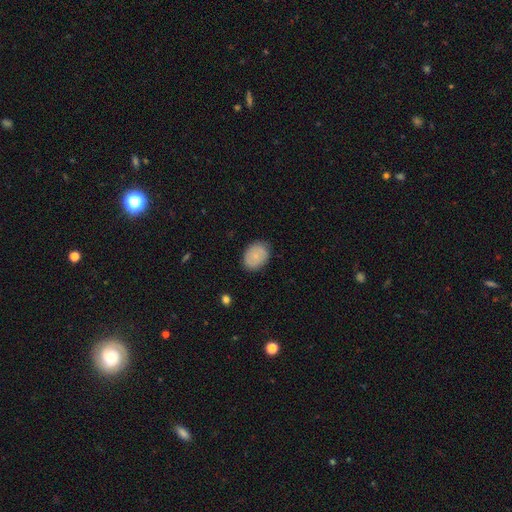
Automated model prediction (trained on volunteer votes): smooth 76%, featured or disk 17%, star or artifact 7%. Down the decision tree: how rounded — in between (73%); merging — none (81%).